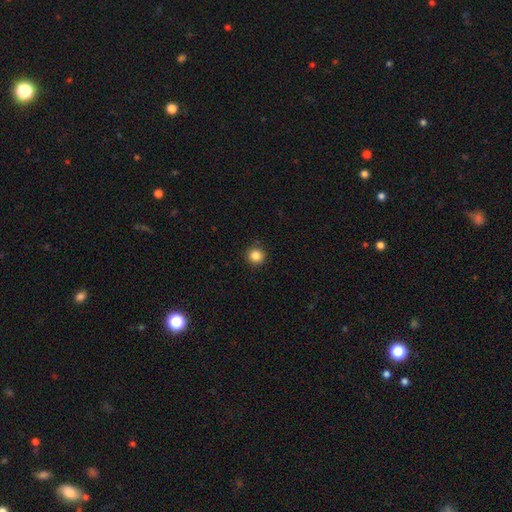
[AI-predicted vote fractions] Smooth or featured? smooth (86%)
How rounded? round (93%)
Merging? none (91%)